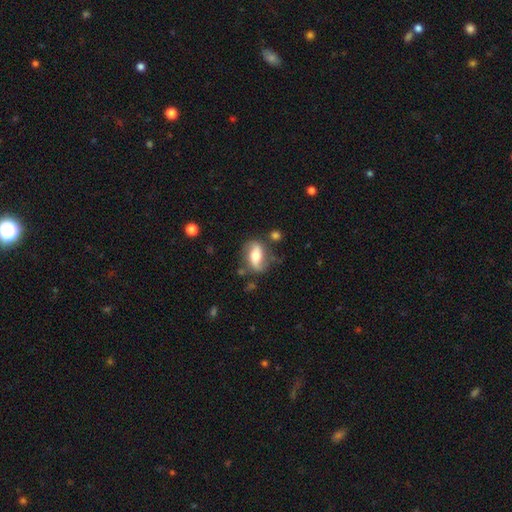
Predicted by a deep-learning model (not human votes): Q: Smooth or featured?
A: featured or disk (56%); runner-up: smooth (36%)
Q: Edge-on disk?
A: no (87%); runner-up: yes (13%)
Q: Merging?
A: none (65%); runner-up: minor disturbance (21%)